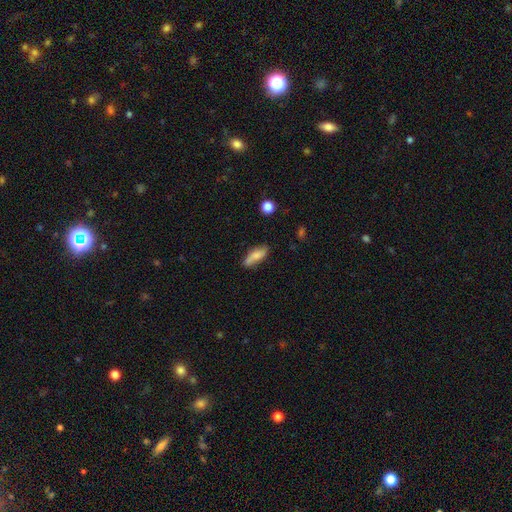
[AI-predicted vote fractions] A smooth galaxy with no disk features (73%) that is in between round and cigar-shaped (59%). Merging: none (68%).